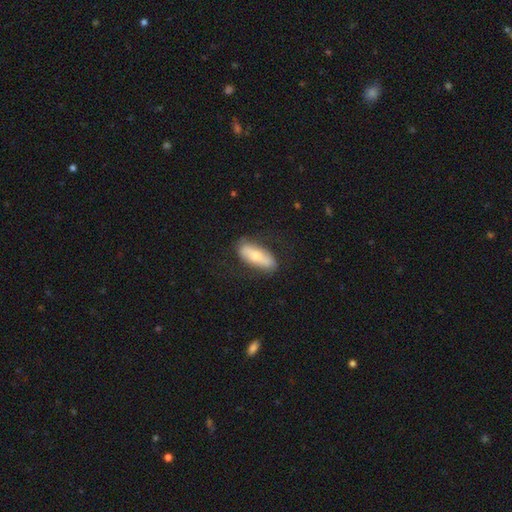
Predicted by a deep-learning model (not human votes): smooth_or_featured: smooth (p=0.56) [alt: featured or disk p=0.39]
how_rounded: in between (p=0.70) [alt: cigar-shaped p=0.27]
merging: none (p=0.77) [alt: minor disturbance p=0.16]